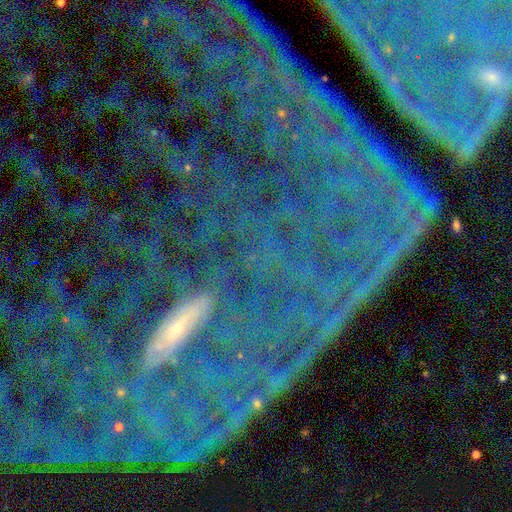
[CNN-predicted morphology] Smooth or featured? Predicted: star or artifact (p=0.66).